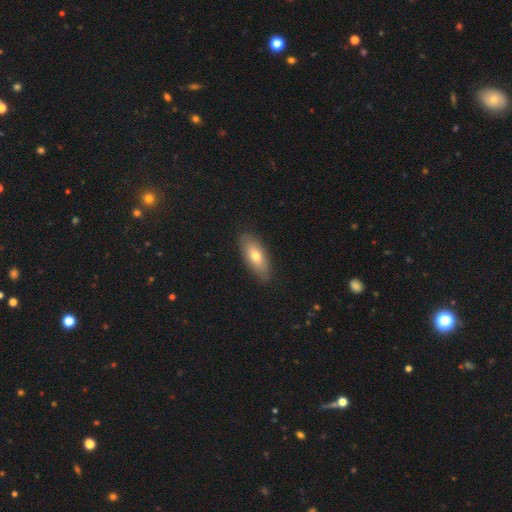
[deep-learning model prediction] smooth-or-featured: smooth: 69% | featured or disk: 25% | star or artifact: 6%
  how-rounded: in between: 82% | cigar-shaped: 15% | round: 3%
  merging: none: 84% | minor disturbance: 12% | major disturbance: 2% | merger: 1%